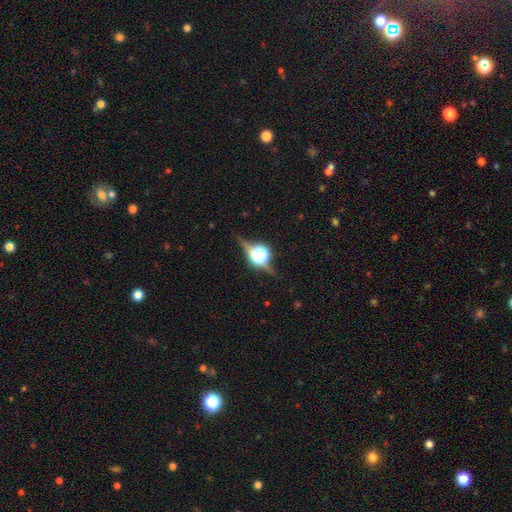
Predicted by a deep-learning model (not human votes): smooth_or_featured: featured or disk (p=0.52) [alt: star or artifact p=0.26]
disk_edge_on: yes (p=0.88) [alt: no p=0.12]
merging: none (p=0.76) [alt: minor disturbance p=0.13]